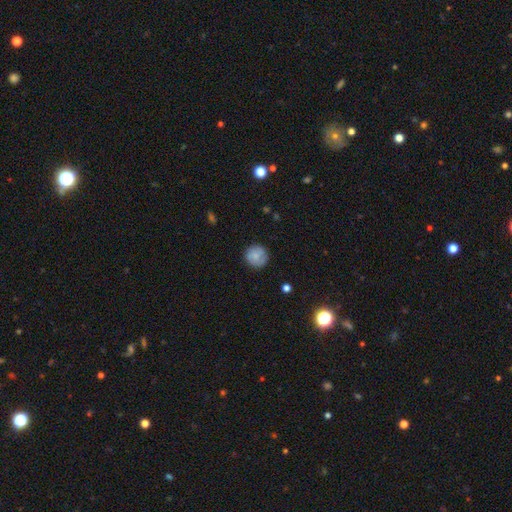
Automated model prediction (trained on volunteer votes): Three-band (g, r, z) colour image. It shows a smooth galaxy with no disk features (74%) that is round (93%). Merging: none (85%).